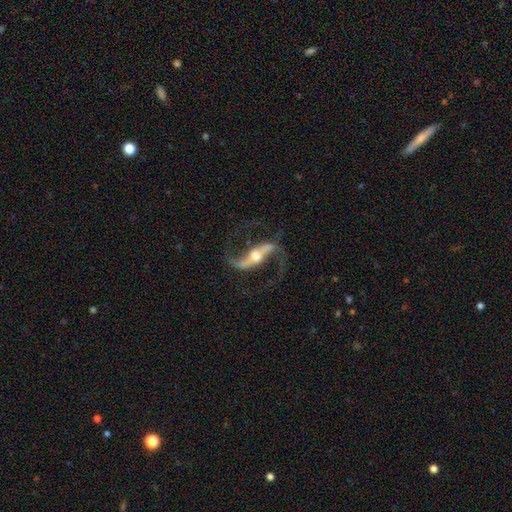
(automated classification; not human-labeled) Smooth or featured?
  - featured or disk: 92% *
  - star or artifact: 4%
  - smooth: 3%
Edge-on disk?
  - no: 91% *
  - yes: 9%
Bar?
  - strong: 64% *
  - weak: 22%
  - no: 14%
Spiral arms?
  - yes: 97% *
  - no: 3%
Spiral winding?
  - loose: 62% *
  - medium: 32%
  - tight: 7%
Spiral arm count?
  - 2: 94% *
  - 1: 1%
  - can't tell: 1%
  - 3: 1%
  - 4: 1%
  - more than 4: 1%
Bulge size?
  - moderate: 65% *
  - small: 23%
  - large: 9%
  - dominant: 2%
  - none: 2%
Merging?
  - none: 80% *
  - minor disturbance: 10%
  - major disturbance: 8%
  - merger: 2%